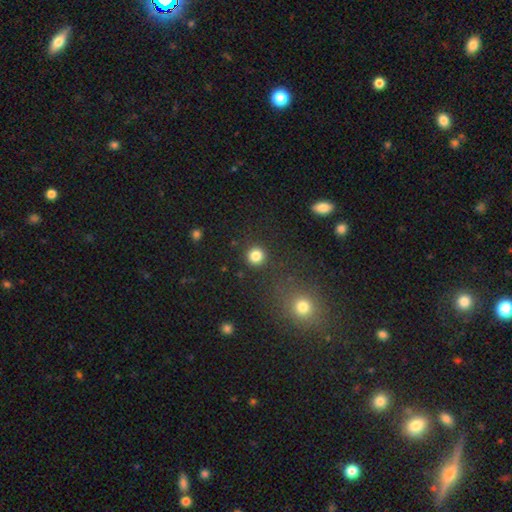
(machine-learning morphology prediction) smooth 83%, star or artifact 12%, featured or disk 4%. Down the decision tree: how rounded — round (93%); merging — none (89%).